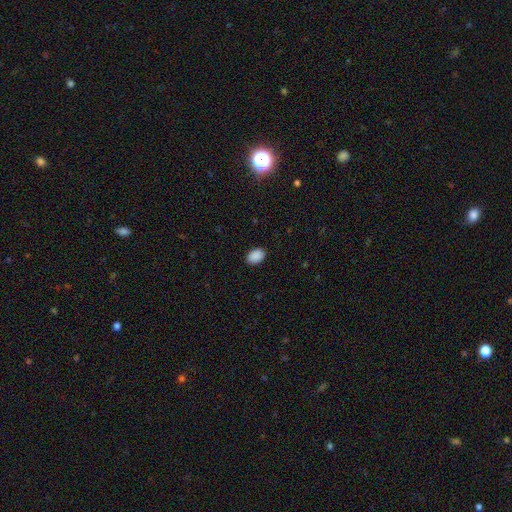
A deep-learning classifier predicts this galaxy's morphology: A smooth galaxy with no disk features (90%) that is in between round and cigar-shaped (84%).

Vote fractions:
- Smooth or featured? smooth: 90% / star or artifact: 8% / featured or disk: 2%
- How rounded? in between: 84% / round: 15% / cigar-shaped: 1%
- Merging? none: 89% / minor disturbance: 8% / major disturbance: 2% / merger: 1%